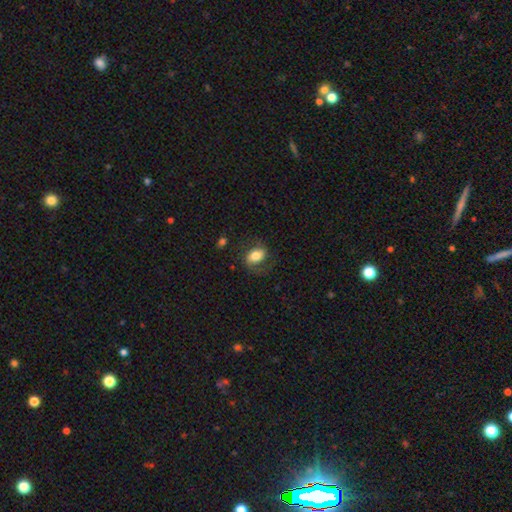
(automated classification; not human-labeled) Q: Smooth or featured?
A: smooth (65%); runner-up: featured or disk (28%)
Q: How rounded?
A: in between (82%); runner-up: round (16%)
Q: Merging?
A: none (64%); runner-up: minor disturbance (20%)